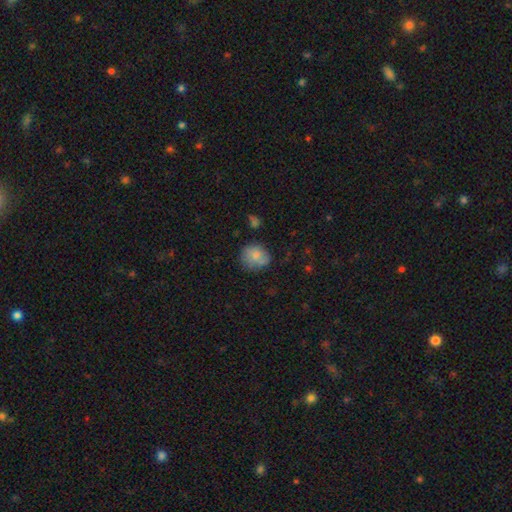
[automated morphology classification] Smooth or featured? smooth (77%)
How rounded? round (74%)
Merging? none (62%)